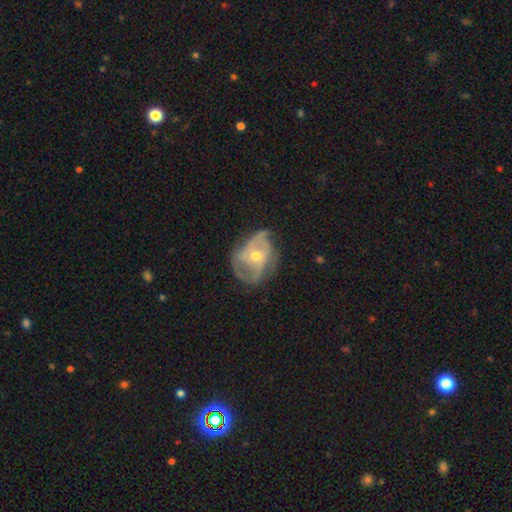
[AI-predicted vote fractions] Smooth or featured? featured or disk (78%)
Edge-on disk? no (97%)
Bar? no (69%)
Spiral arms? yes (81%)
Spiral winding? medium (44%)
Spiral arm count? 2 (31%)
Bulge size? moderate (55%)
Merging? none (49%)